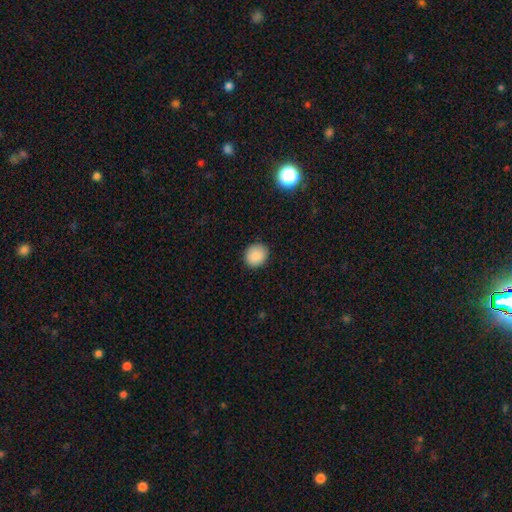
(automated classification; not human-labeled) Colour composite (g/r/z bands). It shows a smooth galaxy with no disk features (88%) that is round (83%). Merging: none (89%).